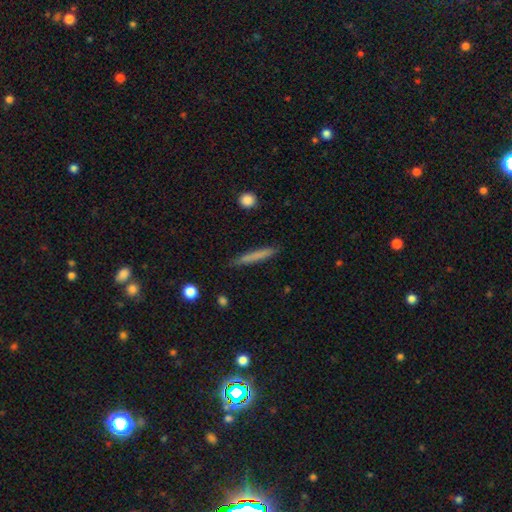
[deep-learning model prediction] smooth_or_featured: smooth (p=0.72) [alt: featured or disk p=0.21]
how_rounded: cigar-shaped (p=0.95) [alt: in between p=0.03]
merging: none (p=0.87) [alt: minor disturbance p=0.10]